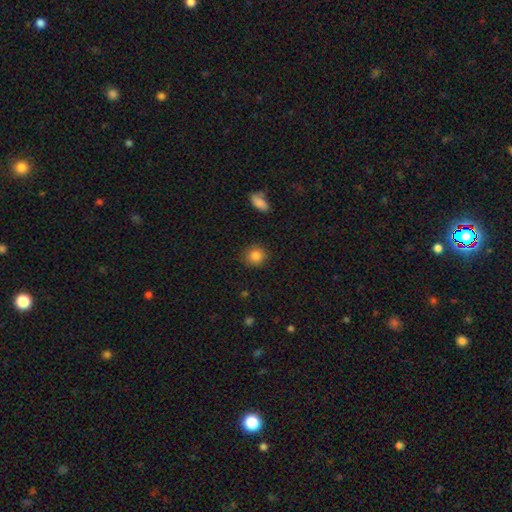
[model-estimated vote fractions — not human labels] A smooth galaxy with no disk features (85%) that is round (84%).

Vote fractions:
- Smooth or featured? smooth: 85% / star or artifact: 9% / featured or disk: 6%
- How rounded? round: 84% / in between: 14% / cigar-shaped: 1%
- Merging? none: 85% / minor disturbance: 11% / major disturbance: 3% / merger: 1%